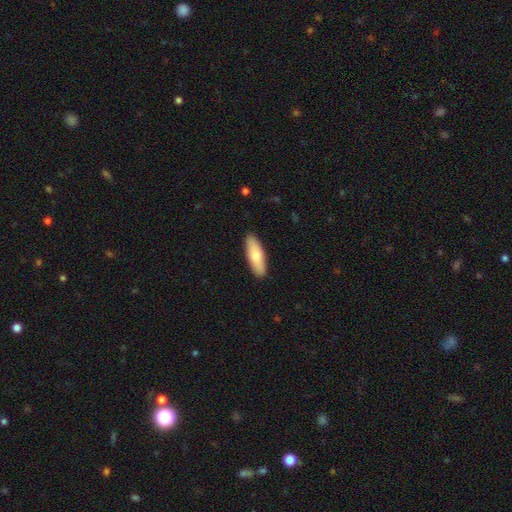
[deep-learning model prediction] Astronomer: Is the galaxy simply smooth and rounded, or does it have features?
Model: smooth — 72%.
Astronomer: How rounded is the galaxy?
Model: in between — 57% (runner-up: cigar-shaped, 40%).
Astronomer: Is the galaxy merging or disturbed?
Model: none — 89%.